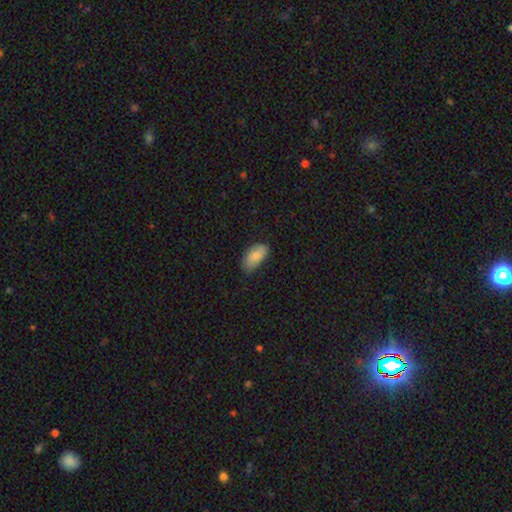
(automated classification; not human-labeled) Smooth or featured? smooth (81%)
How rounded? in between (94%)
Merging? none (65%)